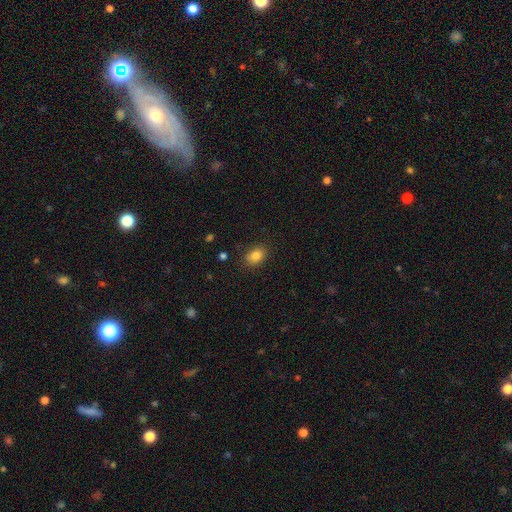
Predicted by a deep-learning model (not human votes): Overall: smooth (84%). How rounded: in between (68%; round 31%). Merging: none (84%).